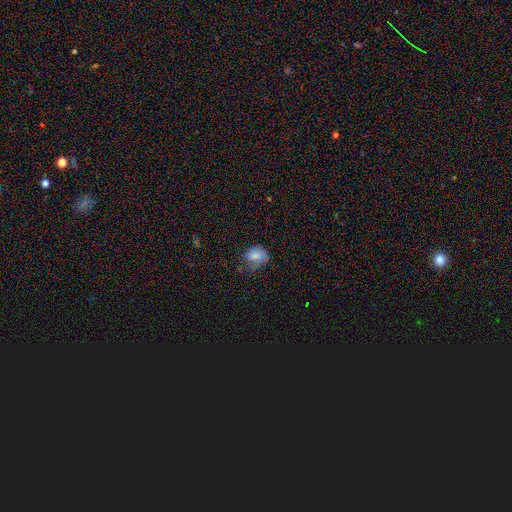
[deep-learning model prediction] smooth 74%, featured or disk 15%, star or artifact 10%. Down the decision tree: how rounded — in between (52%); merging — none (47%).